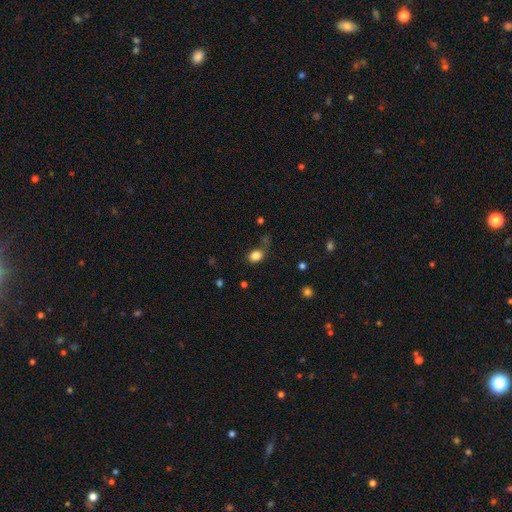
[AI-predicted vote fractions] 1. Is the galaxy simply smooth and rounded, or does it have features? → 84% smooth, 11% star or artifact, 6% featured or disk.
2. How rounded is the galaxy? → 59% in between, 40% round, 1% cigar-shaped.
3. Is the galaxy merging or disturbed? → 67% none, 20% minor disturbance, 8% major disturbance, 5% merger.